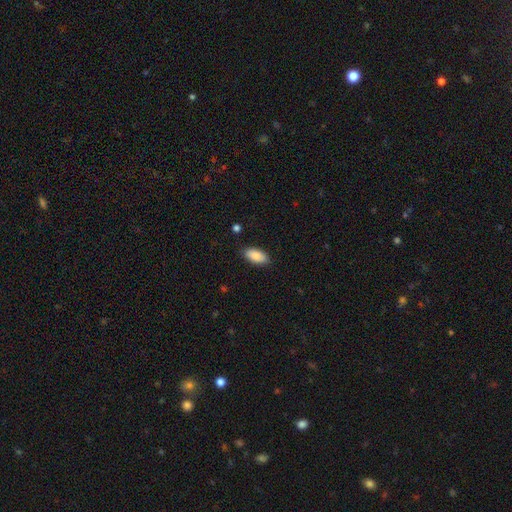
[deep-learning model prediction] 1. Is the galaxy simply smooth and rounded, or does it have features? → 87% smooth, 7% featured or disk, 6% star or artifact.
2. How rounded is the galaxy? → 92% in between, 6% cigar-shaped, 2% round.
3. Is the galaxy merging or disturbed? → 87% none, 10% minor disturbance, 2% major disturbance, 1% merger.